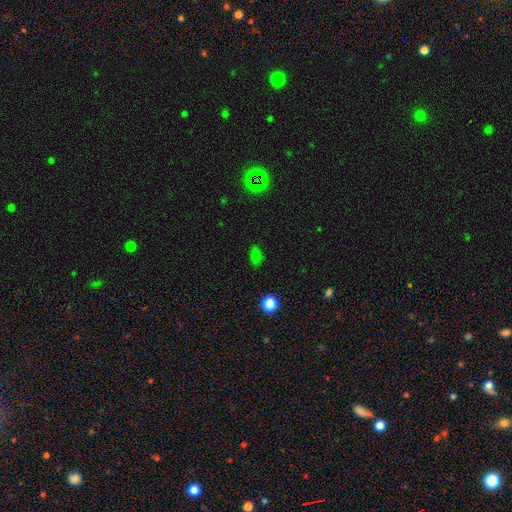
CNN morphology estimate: smooth 68%, star or artifact 27%, featured or disk 5%. Down the decision tree: how rounded — in between (79%); merging — none (80%).